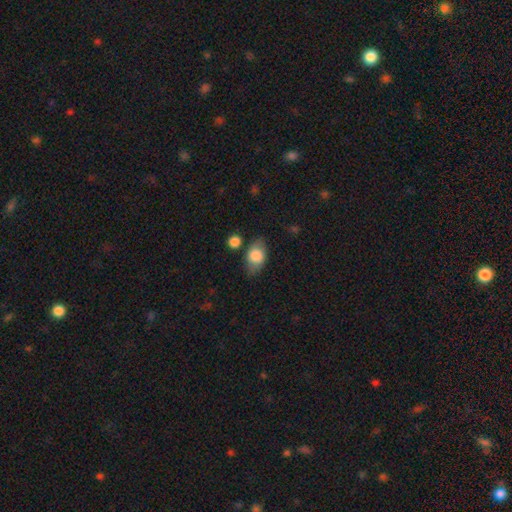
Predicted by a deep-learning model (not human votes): Morphology: type=smooth (77%); roundness=in between (86%); merging=none (73%).